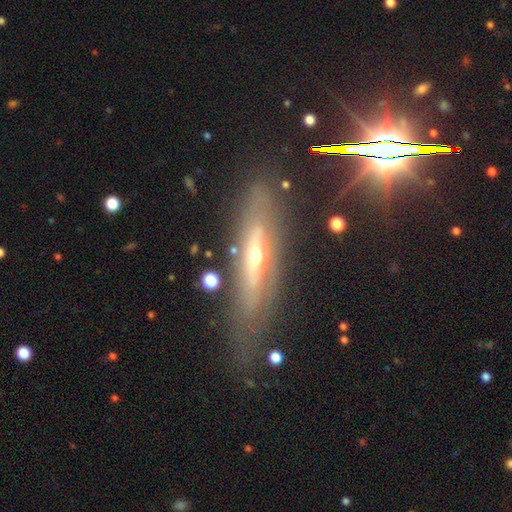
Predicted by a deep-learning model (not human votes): Smooth or featured? Predicted: featured or disk (p=0.70). Edge-on disk? Predicted: yes (p=0.69). Merging? Predicted: none (p=0.73).